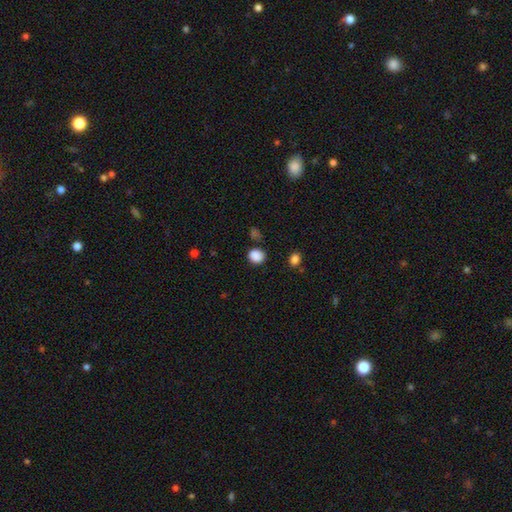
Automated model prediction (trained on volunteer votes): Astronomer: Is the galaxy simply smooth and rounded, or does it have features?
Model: smooth — 86%.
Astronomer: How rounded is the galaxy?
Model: round — 74%.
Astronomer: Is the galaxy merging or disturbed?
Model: none — 76%.